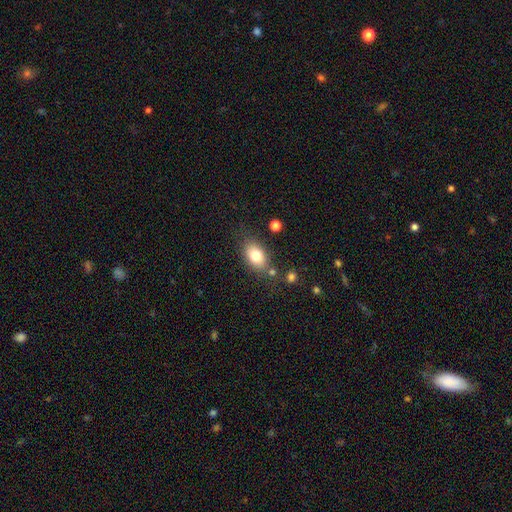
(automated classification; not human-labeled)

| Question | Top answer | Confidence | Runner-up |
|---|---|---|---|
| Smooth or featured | smooth | 80% | featured or disk (12%) |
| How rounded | in between | 85% | round (13%) |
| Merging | none | 73% | minor disturbance (15%) |